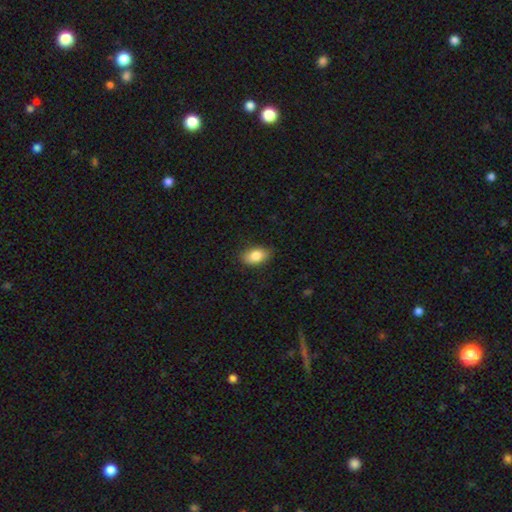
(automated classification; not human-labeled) smooth_or_featured: smooth (p=0.83) [alt: featured or disk p=0.09]
how_rounded: in between (p=0.90) [alt: round p=0.07]
merging: none (p=0.82) [alt: minor disturbance p=0.14]